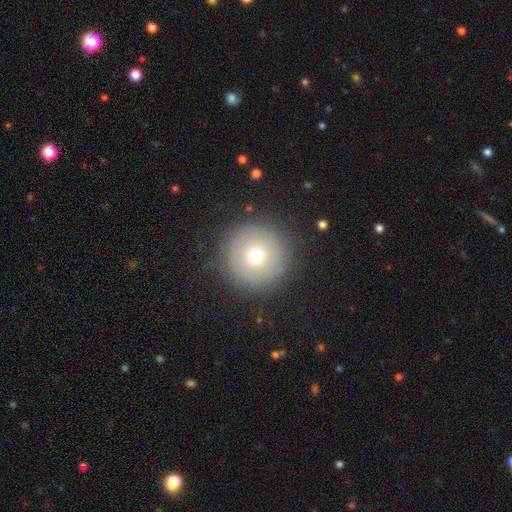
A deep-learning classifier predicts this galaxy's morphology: type=smooth (68%); roundness=round (97%); merging=none (88%).